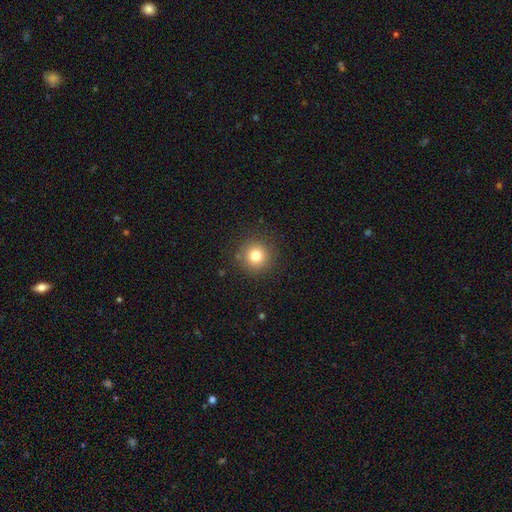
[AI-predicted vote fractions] Smooth or featured: smooth — 79% (star or artifact — 13%)
How rounded: round — 95% (in between — 4%)
Merging: none — 88% (minor disturbance — 7%)